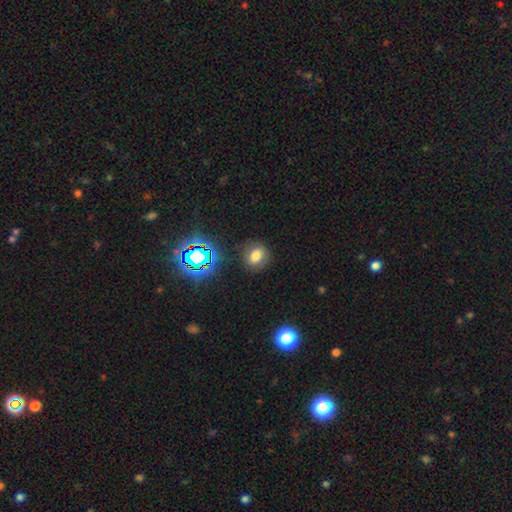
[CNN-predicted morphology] Q: Smooth or featured?
A: smooth (67%); runner-up: star or artifact (20%)
Q: How rounded?
A: round (55%); runner-up: in between (43%)
Q: Merging?
A: none (81%); runner-up: minor disturbance (12%)